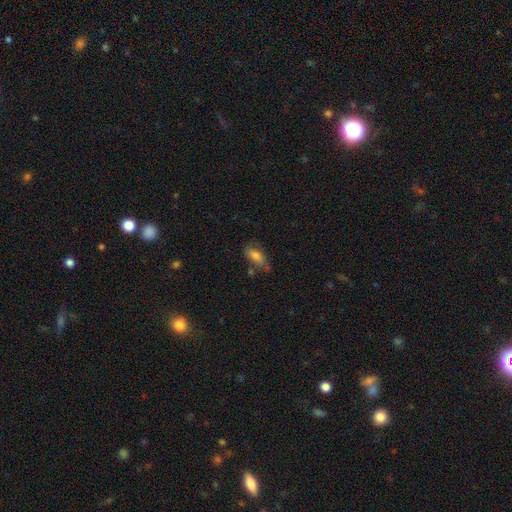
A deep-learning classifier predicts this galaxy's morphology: Smooth or featured? smooth (74%)
How rounded? in between (82%)
Merging? none (59%)